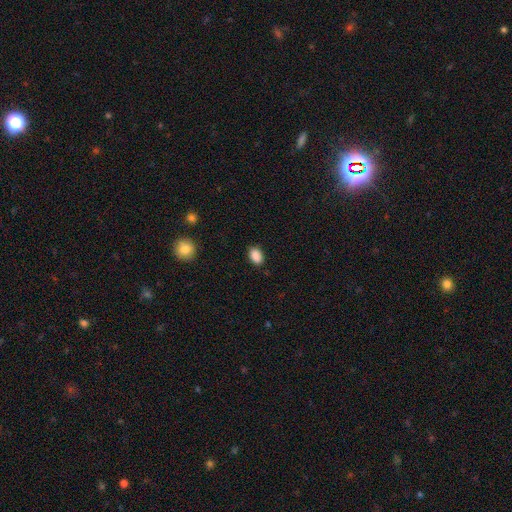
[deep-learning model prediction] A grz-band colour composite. It shows a smooth galaxy with no disk features (89%) that is in between round and cigar-shaped (83%). Merging: none (86%).